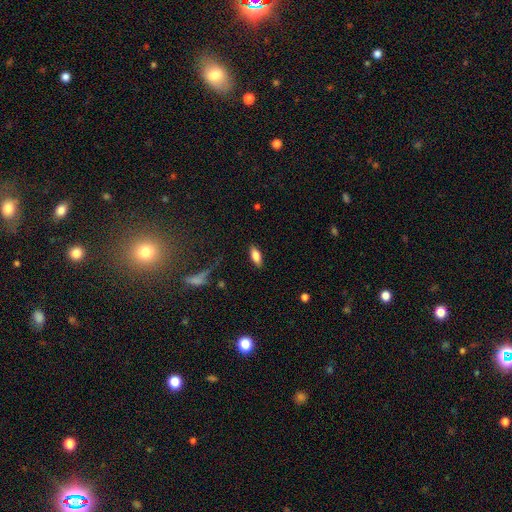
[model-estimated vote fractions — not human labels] Smooth or featured: smooth — 79% (featured or disk — 14%)
How rounded: in between — 77% (cigar-shaped — 21%)
Merging: none — 86% (minor disturbance — 10%)